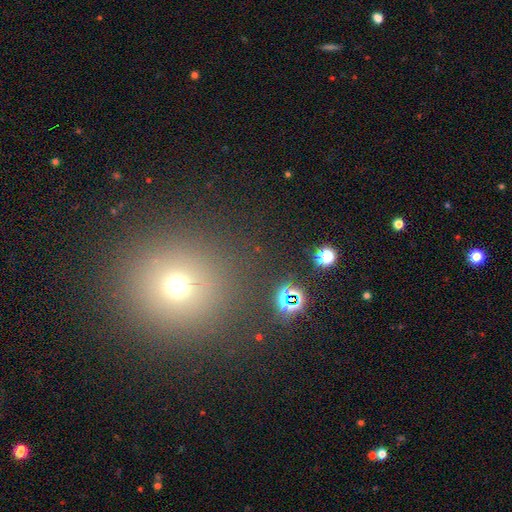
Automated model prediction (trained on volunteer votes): Morphology: type=smooth (56%); roundness=round (91%); merging=none (88%).